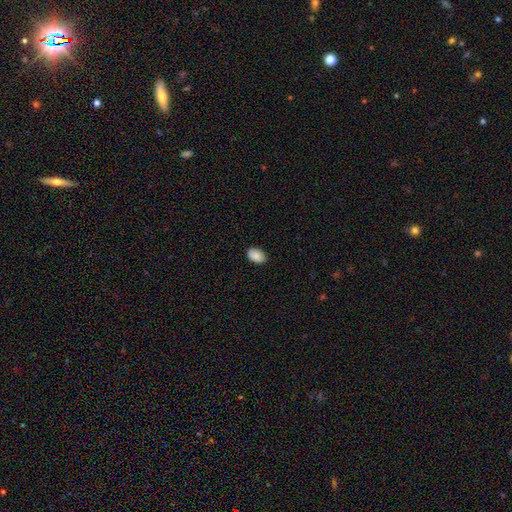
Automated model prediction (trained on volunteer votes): smooth-or-featured: smooth: 89% | star or artifact: 7% | featured or disk: 4%
  how-rounded: in between: 88% | round: 11% | cigar-shaped: 1%
  merging: none: 87% | minor disturbance: 10% | major disturbance: 2% | merger: 1%